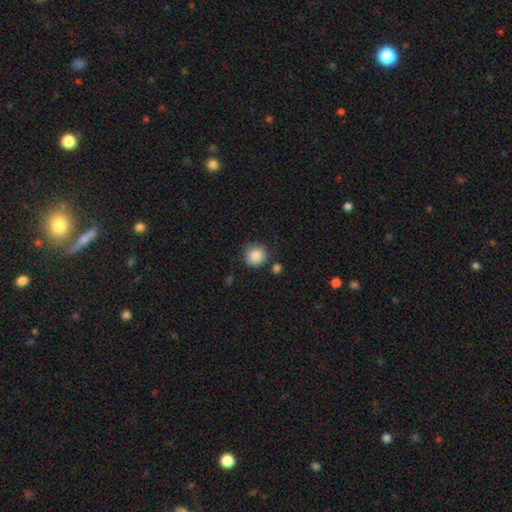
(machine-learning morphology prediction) Smooth or featured? smooth (87%)
How rounded? round (91%)
Merging? none (80%)